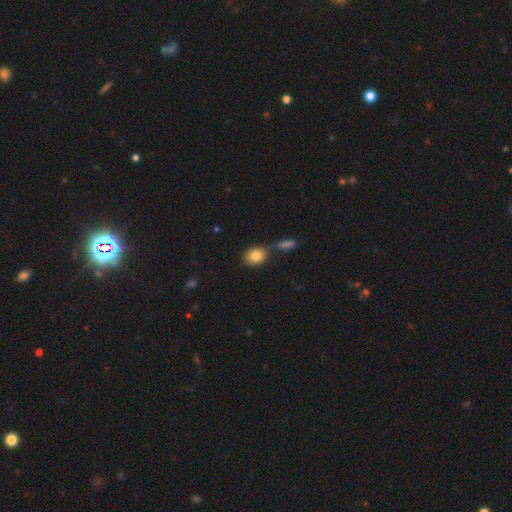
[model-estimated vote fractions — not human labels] Smooth or featured? Predicted: smooth (p=0.82). How rounded? Predicted: in between (p=0.51). Merging? Predicted: none (p=0.54).